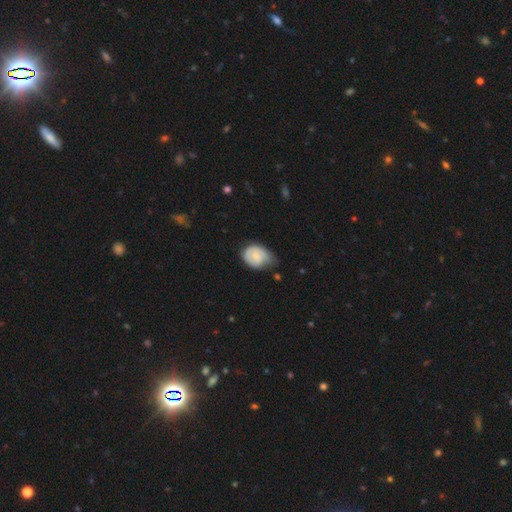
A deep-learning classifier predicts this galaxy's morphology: smooth 56%, featured or disk 38%, star or artifact 6%. Down the decision tree: how rounded — in between (63%); merging — minor disturbance (44%).